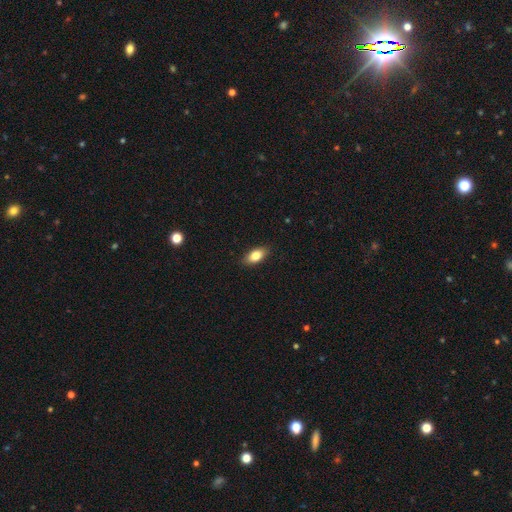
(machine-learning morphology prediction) This appears to be a smooth galaxy with no disk features (82%) that is in between round and cigar-shaped (89%). Merging: none (87%).